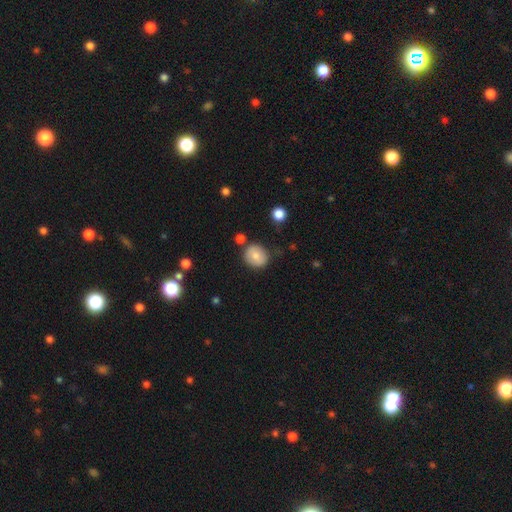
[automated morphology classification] smooth-or-featured: smooth: 75% | featured or disk: 16% | star or artifact: 9%
  how-rounded: round: 81% | in between: 18% | cigar-shaped: 1%
  merging: none: 77% | minor disturbance: 14% | merger: 5% | major disturbance: 3%